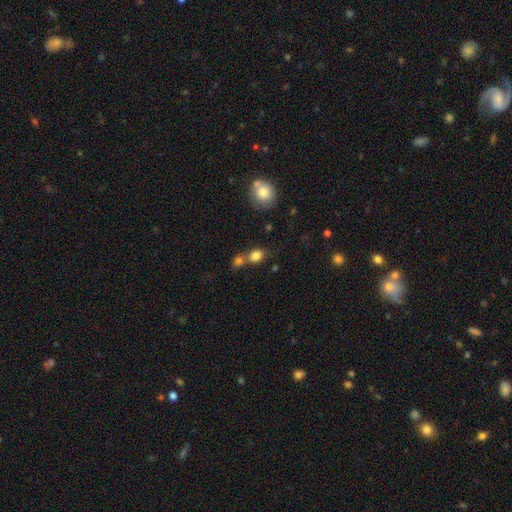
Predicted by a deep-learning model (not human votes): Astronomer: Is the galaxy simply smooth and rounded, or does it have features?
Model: smooth — 81%.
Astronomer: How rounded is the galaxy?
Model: round — 56% (runner-up: in between, 42%).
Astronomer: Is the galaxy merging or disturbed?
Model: merger — 45% (runner-up: none, 42%).